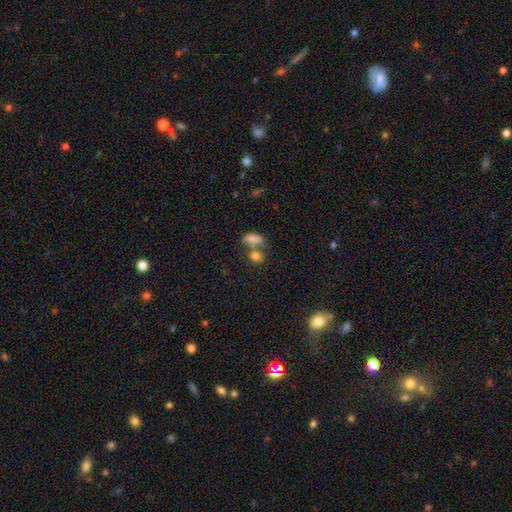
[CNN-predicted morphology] A smooth galaxy with no disk features (79%) that is in between round and cigar-shaped (51%).

Vote fractions:
- Smooth or featured? smooth: 79% / star or artifact: 12% / featured or disk: 9%
- How rounded? in between: 51% / round: 46% / cigar-shaped: 3%
- Merging? merger: 43% / none: 42% / minor disturbance: 10% / major disturbance: 5%